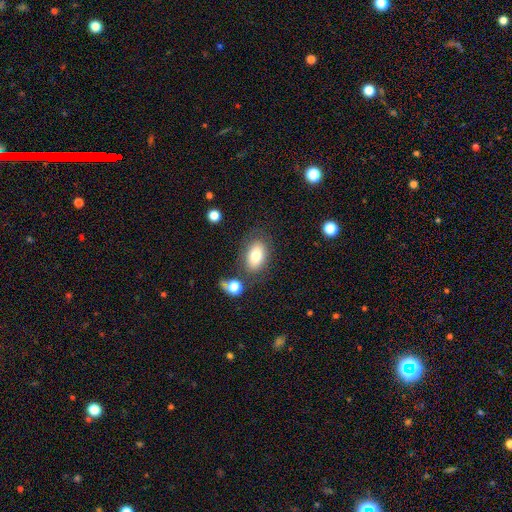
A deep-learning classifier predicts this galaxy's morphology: Q: Smooth or featured?
A: smooth (76%); runner-up: featured or disk (15%)
Q: How rounded?
A: in between (88%); runner-up: round (11%)
Q: Merging?
A: none (73%); runner-up: minor disturbance (14%)